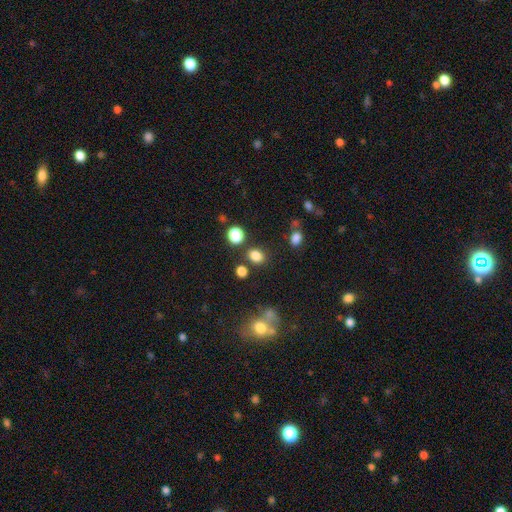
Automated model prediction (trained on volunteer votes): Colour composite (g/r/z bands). It shows a smooth galaxy with no disk features (81%) that is round (54%). Merging: none (79%).